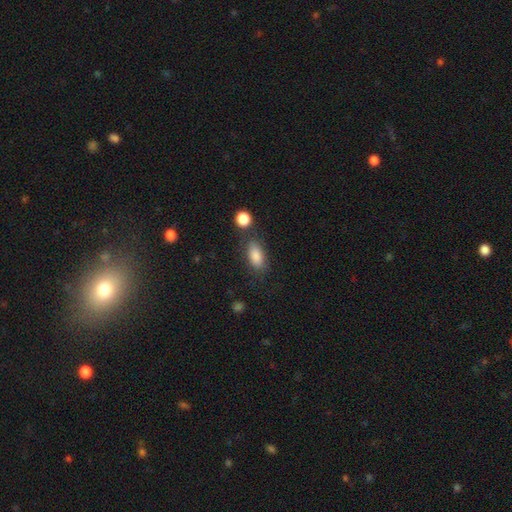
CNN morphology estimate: smooth 84%, star or artifact 9%, featured or disk 7%. Down the decision tree: how rounded — in between (87%); merging — none (74%).